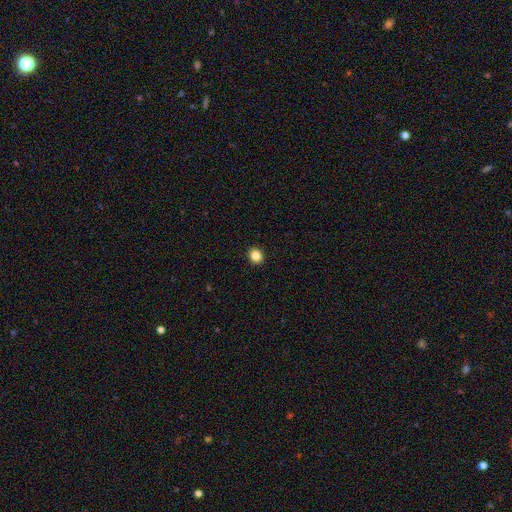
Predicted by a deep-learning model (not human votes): Morphology: type=smooth (85%); roundness=round (77%); merging=none (93%).